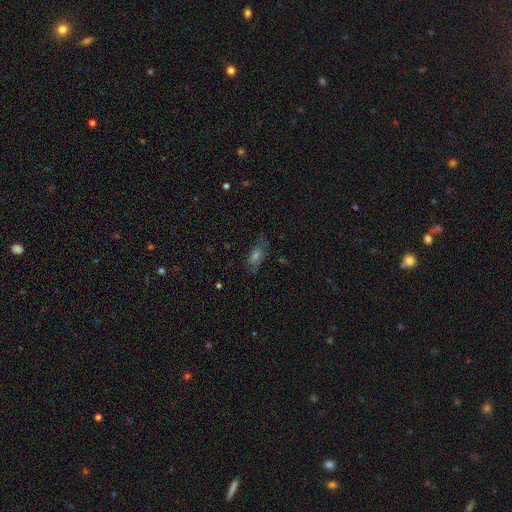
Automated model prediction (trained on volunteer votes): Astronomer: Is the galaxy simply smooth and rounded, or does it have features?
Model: smooth — 38% (runner-up: featured or disk, 35%).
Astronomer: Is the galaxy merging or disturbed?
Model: none — 66%.